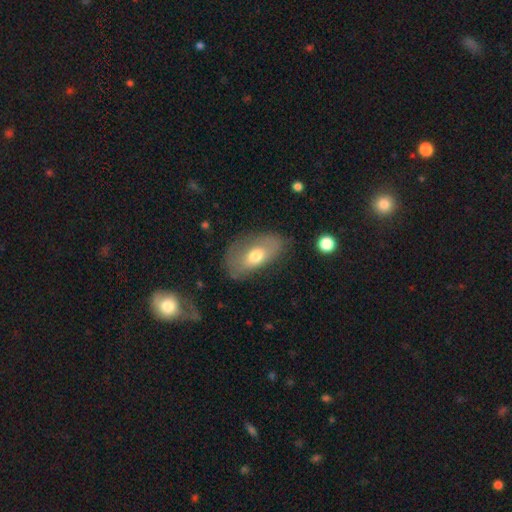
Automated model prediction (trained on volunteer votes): A smooth galaxy with no disk features (60%) that is in between round and cigar-shaped (90%).

Vote fractions:
- Smooth or featured? smooth: 60% / featured or disk: 33% / star or artifact: 7%
- How rounded? in between: 90% / round: 6% / cigar-shaped: 3%
- Merging? none: 66% / minor disturbance: 23% / major disturbance: 10% / merger: 2%